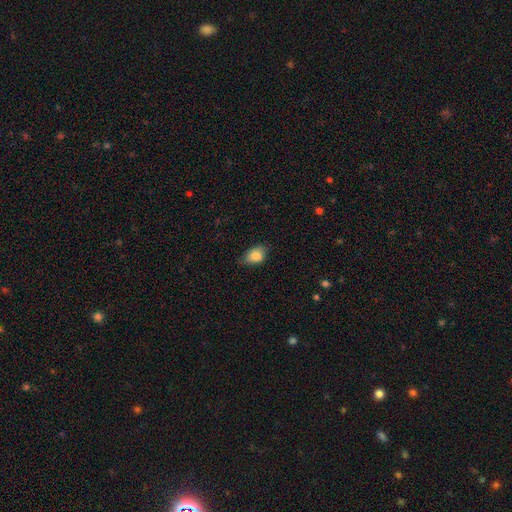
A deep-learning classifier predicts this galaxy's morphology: smooth 83%, featured or disk 9%, star or artifact 8%. Down the decision tree: how rounded — in between (82%); merging — none (69%).